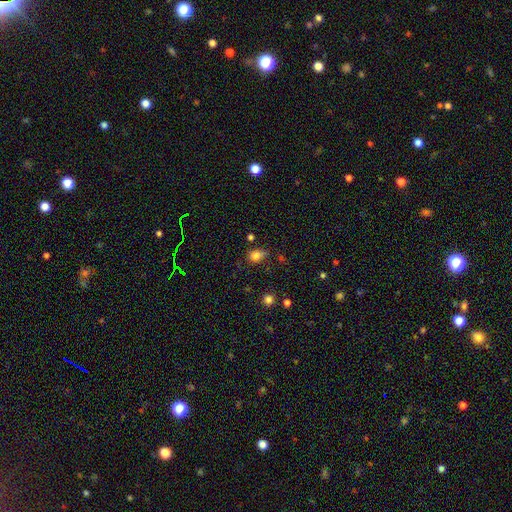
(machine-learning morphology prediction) The model was most divided on "merging": none: 58%, minor disturbance: 29%, major disturbance: 8%, merger: 4%. More confident: smooth or featured — smooth (80%); how rounded — in between (65%).